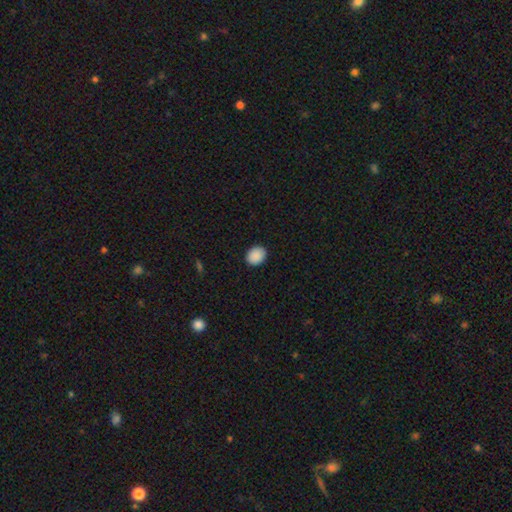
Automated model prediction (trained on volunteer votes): This appears to be a smooth galaxy with no disk features (90%) that is round (54%). Merging: none (90%).